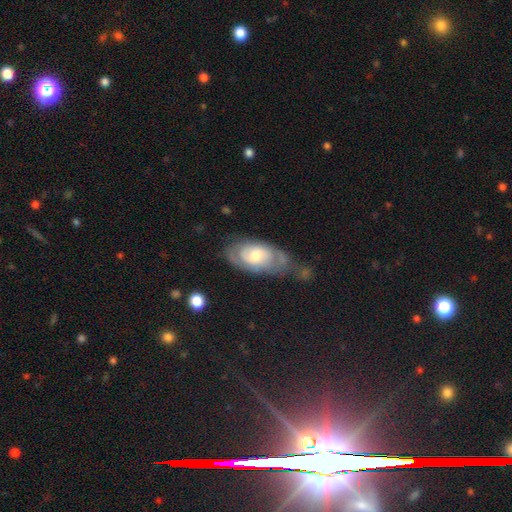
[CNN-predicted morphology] featured or disk 61%, smooth 33%, star or artifact 6%. Down the decision tree: edge-on disk — no (91%); bar — no (72%); spiral arms — yes (72%); bulge size — moderate (60%); merging — none (45%).